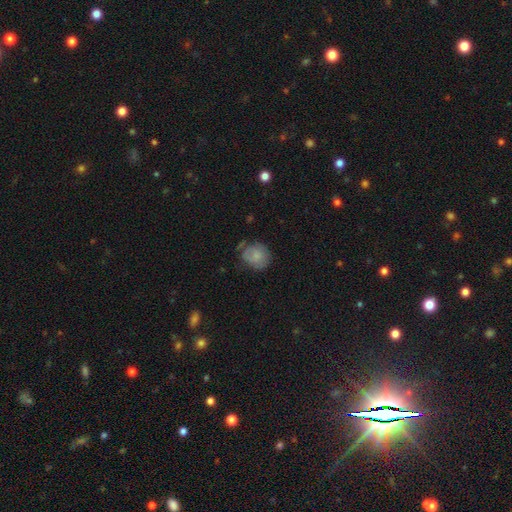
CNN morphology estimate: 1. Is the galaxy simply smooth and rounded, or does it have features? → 75% smooth, 17% featured or disk, 8% star or artifact.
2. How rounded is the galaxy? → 70% round, 29% in between, 1% cigar-shaped.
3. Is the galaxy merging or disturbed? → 54% none, 31% minor disturbance, 12% major disturbance, 3% merger.